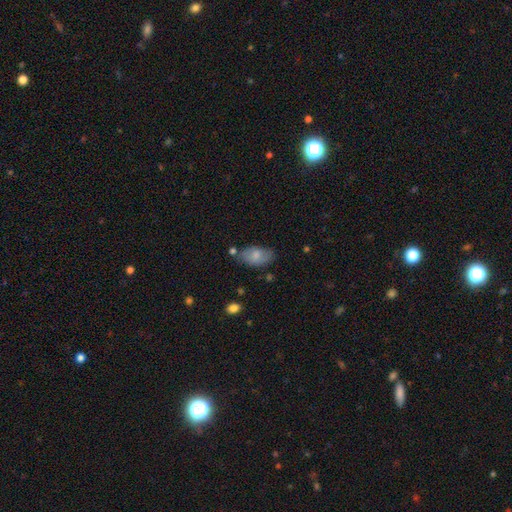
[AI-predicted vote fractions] A smooth galaxy with no disk features (71%) that is in between round and cigar-shaped (93%). Merging: none (66%).